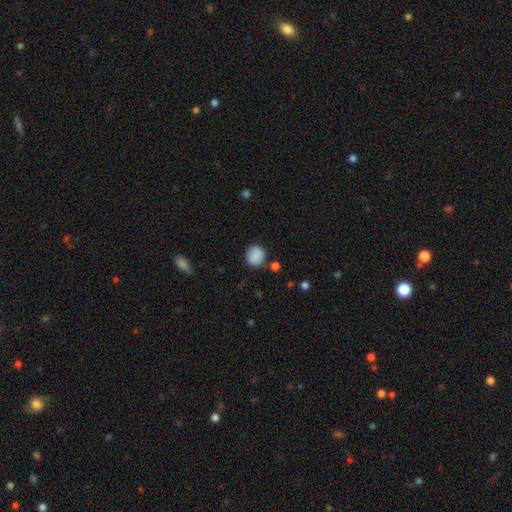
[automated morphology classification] Smooth or featured?
  - smooth: 88% *
  - star or artifact: 9%
  - featured or disk: 3%
How rounded?
  - round: 80% *
  - in between: 19%
  - cigar-shaped: 1%
Merging?
  - none: 82% *
  - minor disturbance: 11%
  - merger: 4%
  - major disturbance: 3%